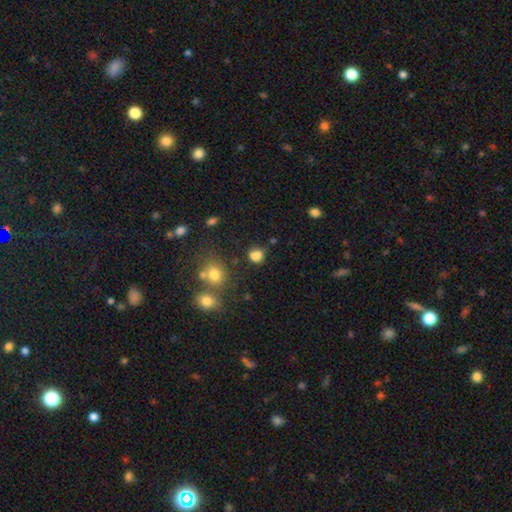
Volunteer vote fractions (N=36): A smooth galaxy with no disk features (89%) that is round (69%).

Vote fractions:
- Smooth or featured? smooth: 89% / featured or disk: 8% / star or artifact: 3%
- How rounded? round: 69% / in between: 31% / cigar-shaped: 0%
- Merging? none: 49% / merger: 23% / minor disturbance: 20% / major disturbance: 9%